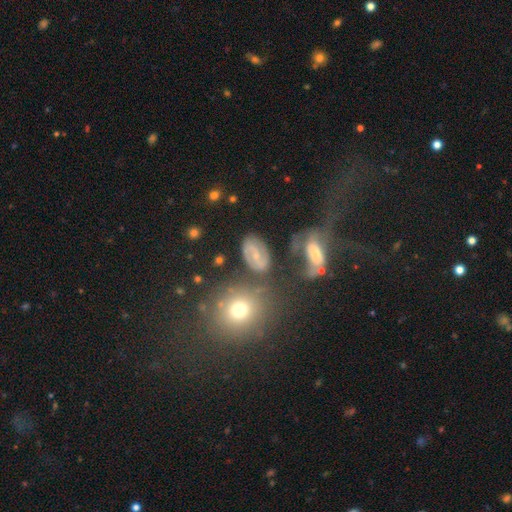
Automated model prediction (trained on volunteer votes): Overall: featured or disk (51%; smooth 35%). Edge-on disk: no (95%). Merging: none (65%).